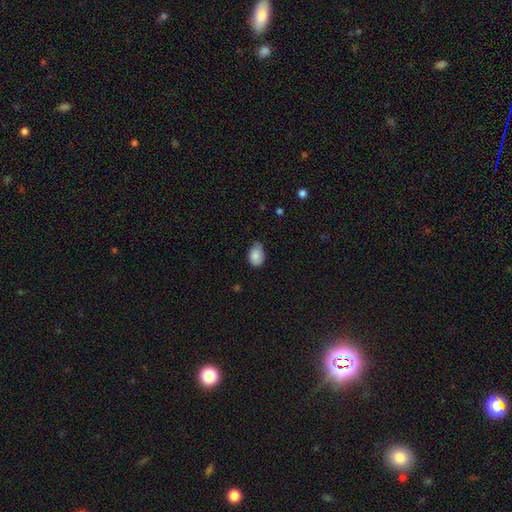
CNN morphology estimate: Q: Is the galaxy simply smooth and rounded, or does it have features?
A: smooth — 84%.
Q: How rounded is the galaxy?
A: in between — 78%.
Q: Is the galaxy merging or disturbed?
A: none — 57%.